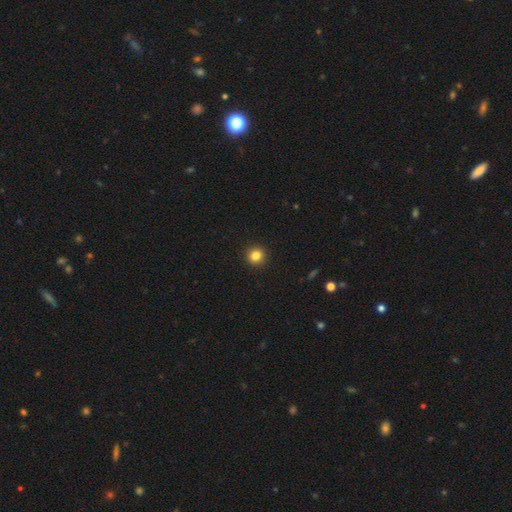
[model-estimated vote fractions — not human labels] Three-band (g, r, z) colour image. It shows a smooth galaxy with no disk features (83%) that is round (93%). Merging: none (93%).